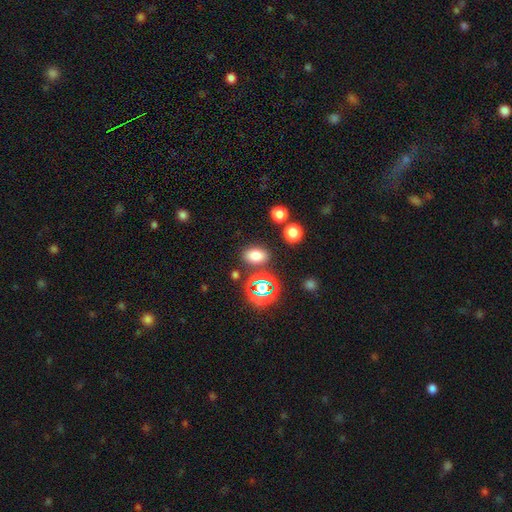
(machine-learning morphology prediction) This is likely a smooth galaxy (73%). How rounded: clearly in between (81%). Merging: clearly none (81%).